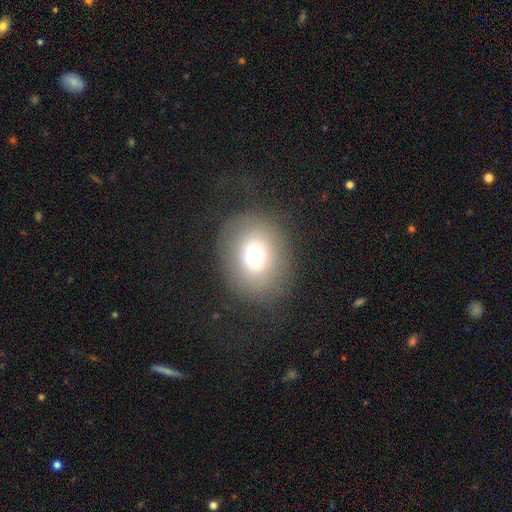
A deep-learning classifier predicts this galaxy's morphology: Smooth or featured: smooth — 68% (featured or disk — 18%)
How rounded: round — 58% (in between — 41%)
Merging: none — 74% (minor disturbance — 14%)